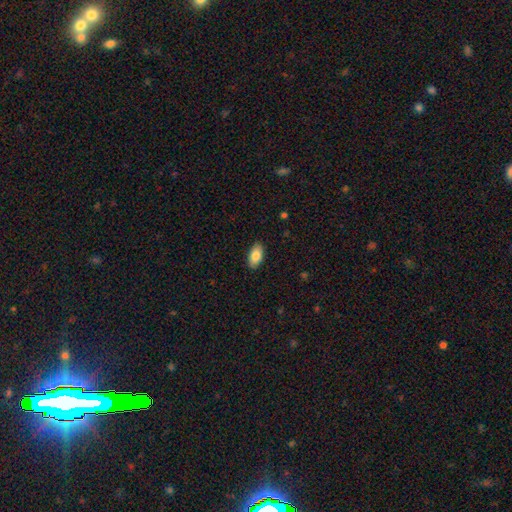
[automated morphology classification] Q: Smooth or featured?
A: smooth (84%); runner-up: featured or disk (9%)
Q: How rounded?
A: in between (93%); runner-up: cigar-shaped (4%)
Q: Merging?
A: none (88%); runner-up: minor disturbance (9%)